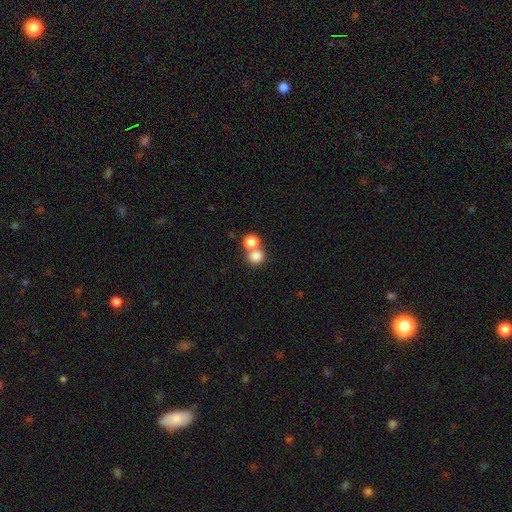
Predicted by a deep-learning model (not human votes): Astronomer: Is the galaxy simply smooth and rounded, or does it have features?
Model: smooth — 81%.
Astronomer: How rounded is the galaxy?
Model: round — 81%.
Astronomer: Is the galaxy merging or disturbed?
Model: merger — 47% (runner-up: none, 44%).